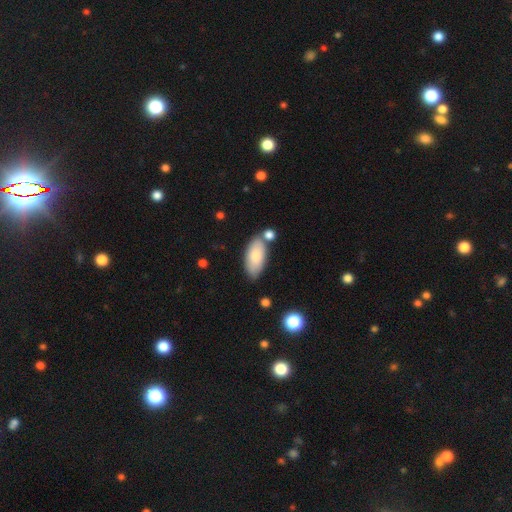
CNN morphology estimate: smooth 80%, featured or disk 14%, star or artifact 6%. Down the decision tree: how rounded — in between (91%); merging — none (69%).